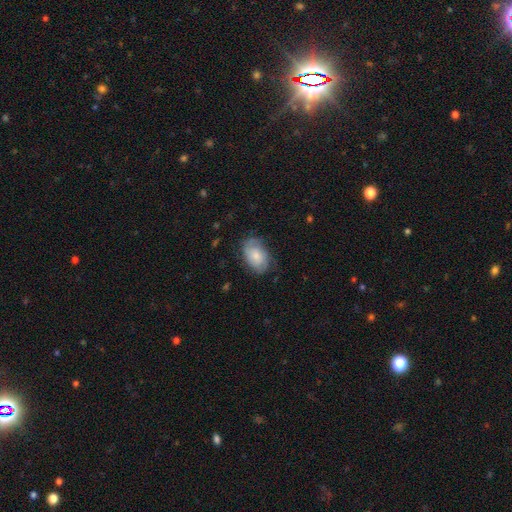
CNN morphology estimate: Smooth or featured: smooth — 57% (featured or disk — 36%)
How rounded: in between — 87% (round — 12%)
Merging: none — 64% (minor disturbance — 26%)